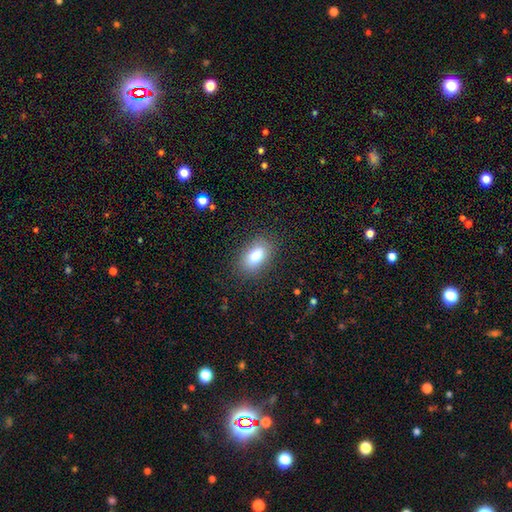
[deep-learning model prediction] This appears to be a smooth galaxy with no disk features (84%) that is in between round and cigar-shaped (90%). Merging: none (84%).